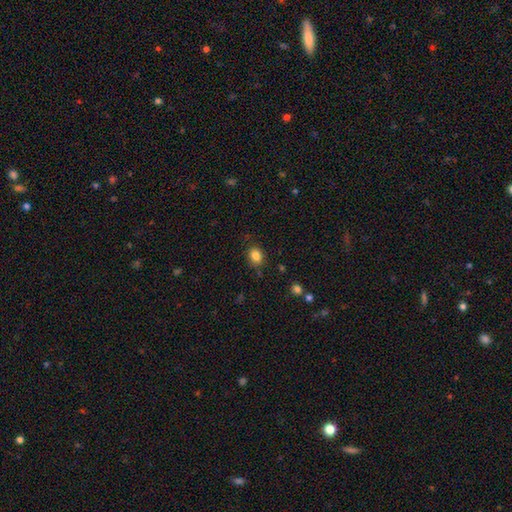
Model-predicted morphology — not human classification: Smooth or featured: smooth — 84% (star or artifact — 11%)
How rounded: round — 54% (in between — 45%)
Merging: none — 82% (minor disturbance — 12%)